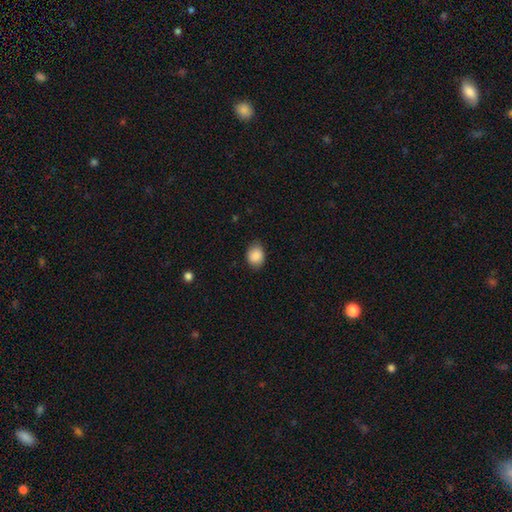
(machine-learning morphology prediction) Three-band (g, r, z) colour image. It shows a smooth galaxy with no disk features (89%) that is in between round and cigar-shaped (56%). Merging: none (80%).